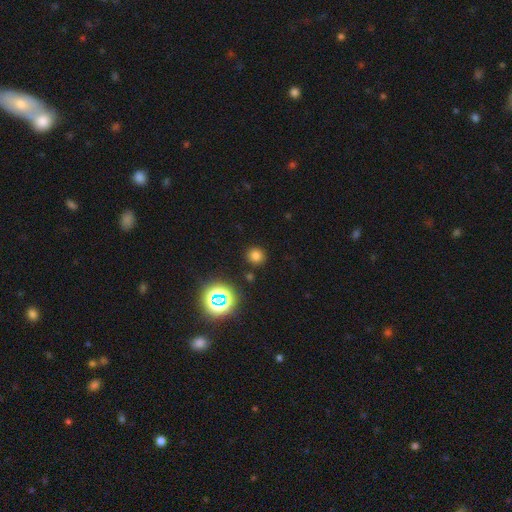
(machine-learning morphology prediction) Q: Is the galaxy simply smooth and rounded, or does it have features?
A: smooth — 72%.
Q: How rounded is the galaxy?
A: round — 91%.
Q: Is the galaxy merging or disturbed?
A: none — 89%.